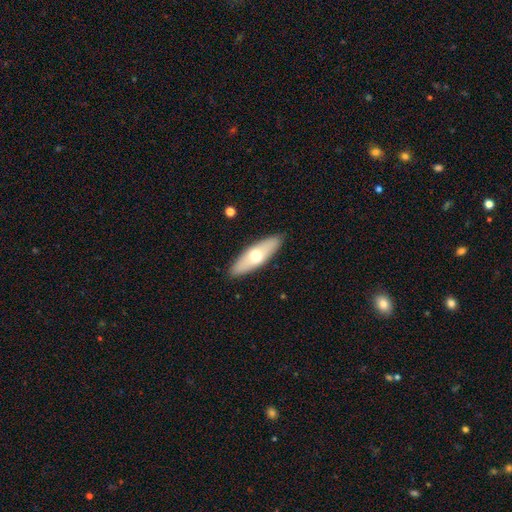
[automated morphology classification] smooth-or-featured: smooth: 56% | featured or disk: 39% | star or artifact: 6%
  how-rounded: in between: 57% | cigar-shaped: 41% | round: 3%
  merging: none: 89% | minor disturbance: 8% | major disturbance: 2% | merger: 1%